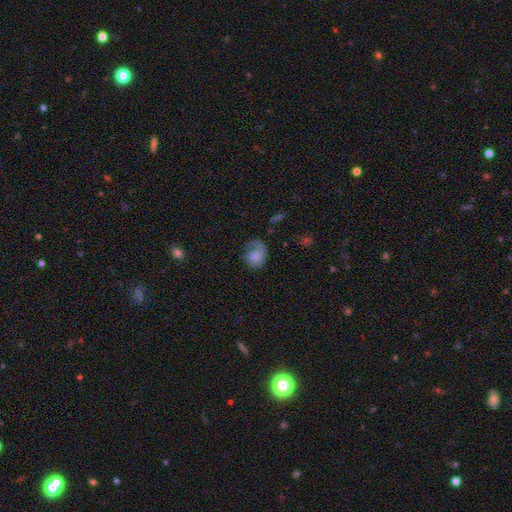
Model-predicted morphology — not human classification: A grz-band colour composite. It shows a smooth galaxy with no disk features (53%) that is round (52%). Merging: none (40%).